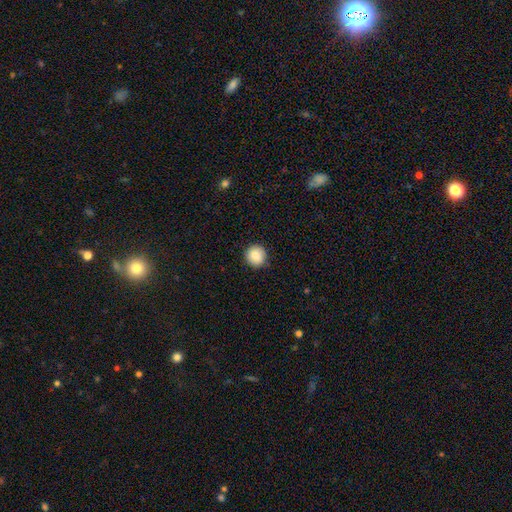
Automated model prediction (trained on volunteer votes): Smooth or featured? smooth (87%)
How rounded? round (93%)
Merging? none (89%)